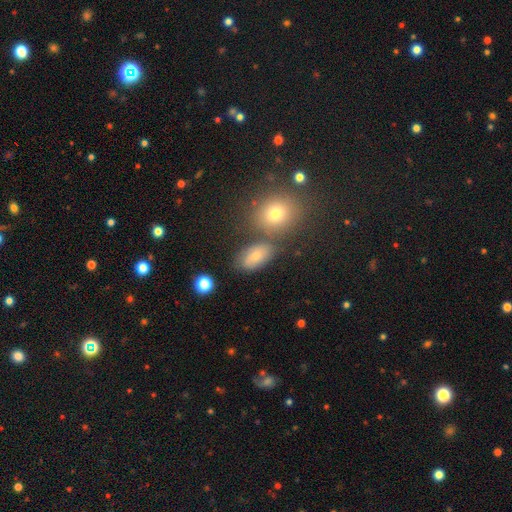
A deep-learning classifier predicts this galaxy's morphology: Smooth or featured? smooth (67%)
How rounded? in between (82%)
Merging? none (65%)